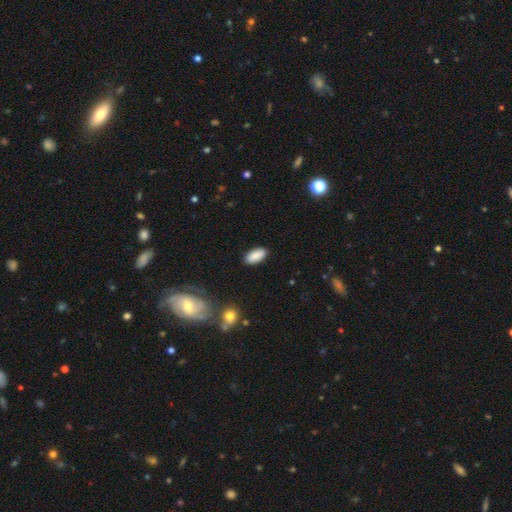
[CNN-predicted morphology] Overall: smooth (87%). How rounded: in between (94%). Merging: none (87%).